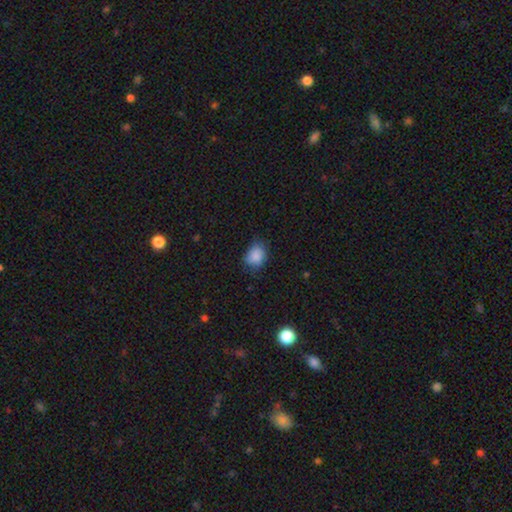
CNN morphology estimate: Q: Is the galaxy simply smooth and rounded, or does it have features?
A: smooth — 84%.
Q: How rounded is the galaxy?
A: in between — 50%.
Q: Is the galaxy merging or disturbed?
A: none — 63%.